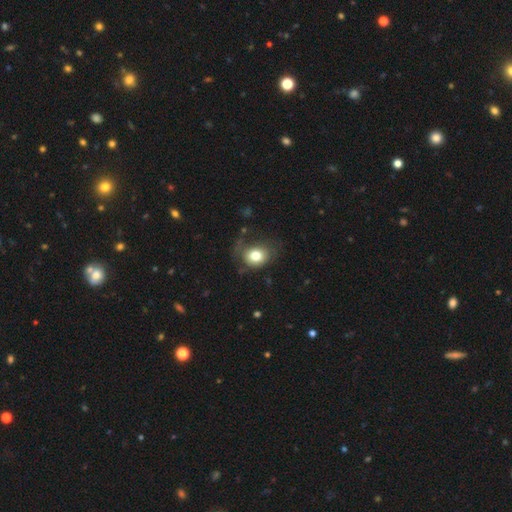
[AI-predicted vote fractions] This is likely a smooth galaxy (76%). How rounded: possibly round (58%). Merging: possibly none (56%).